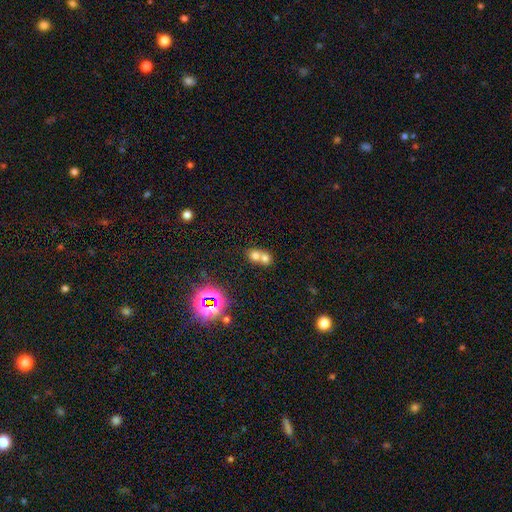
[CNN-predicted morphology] Smooth or featured: smooth — 66% (star or artifact — 19%)
How rounded: round — 70% (in between — 28%)
Merging: merger — 67% (none — 26%)